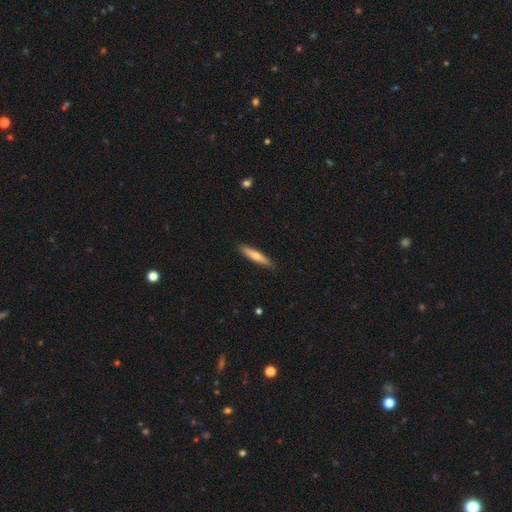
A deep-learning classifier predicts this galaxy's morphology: type=smooth (62%); roundness=cigar-shaped (88%); merging=none (89%).